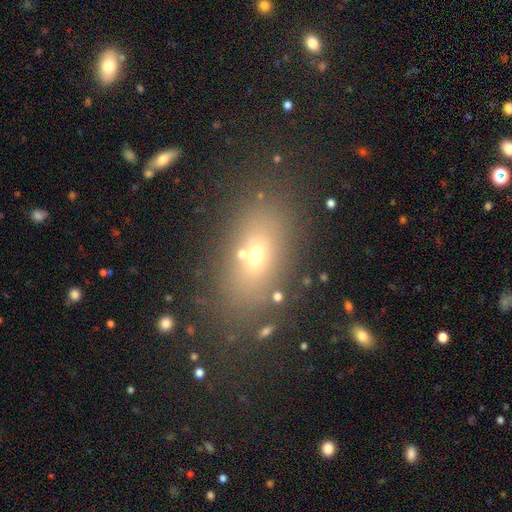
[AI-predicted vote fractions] Q: Smooth or featured?
A: smooth (60%); runner-up: star or artifact (22%)
Q: How rounded?
A: in between (77%); runner-up: round (15%)
Q: Merging?
A: none (74%); runner-up: minor disturbance (11%)